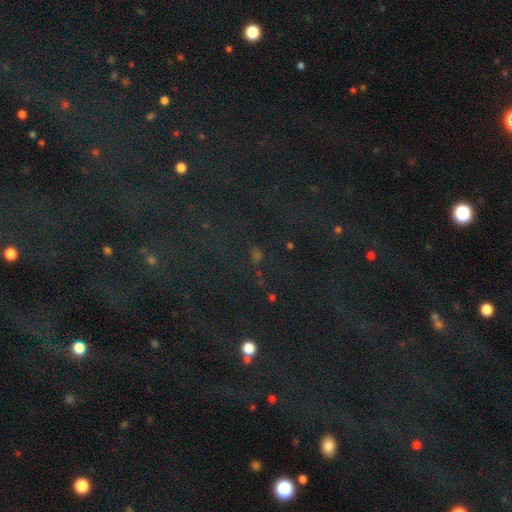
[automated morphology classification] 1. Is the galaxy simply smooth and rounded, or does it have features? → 75% star or artifact, 17% smooth, 9% featured or disk.